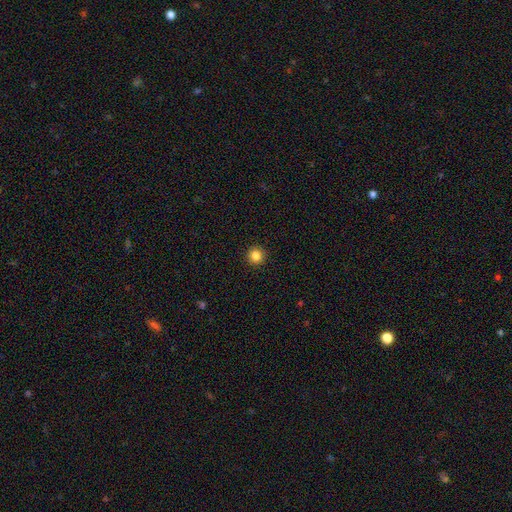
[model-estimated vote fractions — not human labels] This is clearly a smooth galaxy (85%). How rounded: clearly round (95%). Merging: clearly none (93%).